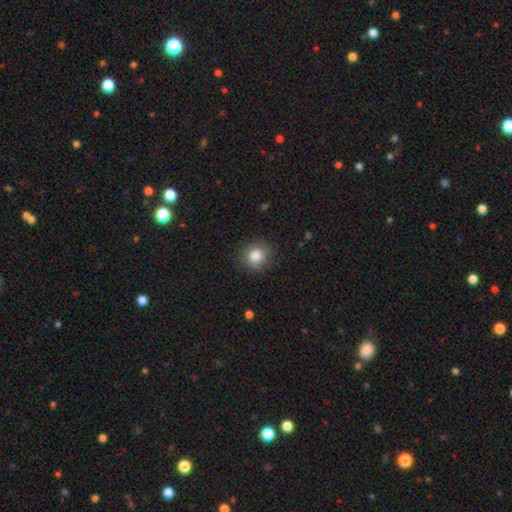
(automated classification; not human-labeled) A smooth galaxy with no disk features (83%) that is round (85%). Merging: none (83%).